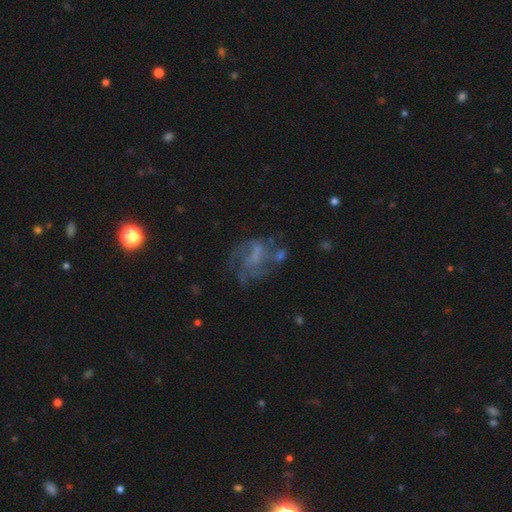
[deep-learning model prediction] This appears to be a featured or disk galaxy (65%) with no bar (54%), spiral arms (64%) and no central bulge (58%). Merging: none (45%).